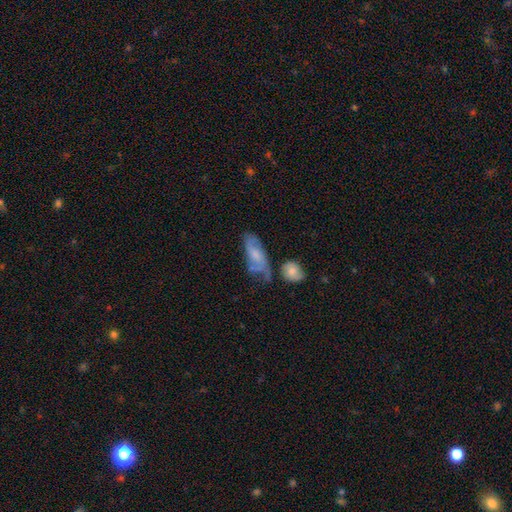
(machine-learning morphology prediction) A featured or disk galaxy (63%) with no bar (57%), spiral arms (87%) and a moderate central bulge (42%).

Vote fractions:
- Smooth or featured? featured or disk: 63% / smooth: 29% / star or artifact: 8%
- Edge-on disk? no: 89% / yes: 11%
- Bar? no: 57% / weak: 36% / strong: 7%
- Spiral arms? yes: 87% / no: 13%
- Bulge size? moderate: 42% / small: 33% / none: 15% / large: 9% / dominant: 2%
- Merging? none: 54% / minor disturbance: 23% / merger: 12% / major disturbance: 11%